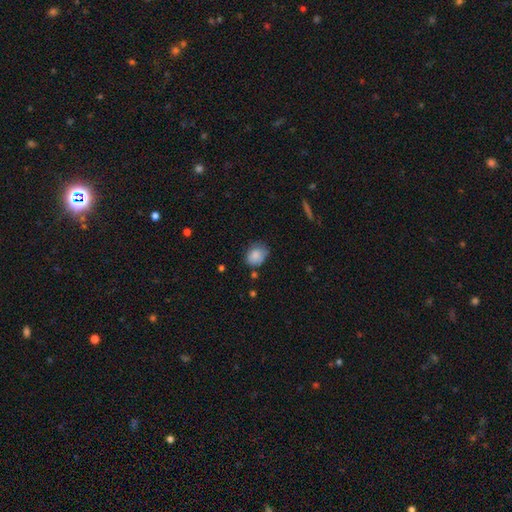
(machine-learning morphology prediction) Overall: smooth (81%). How rounded: in between (50%; round 49%). Merging: none (56%; minor disturbance 32%).